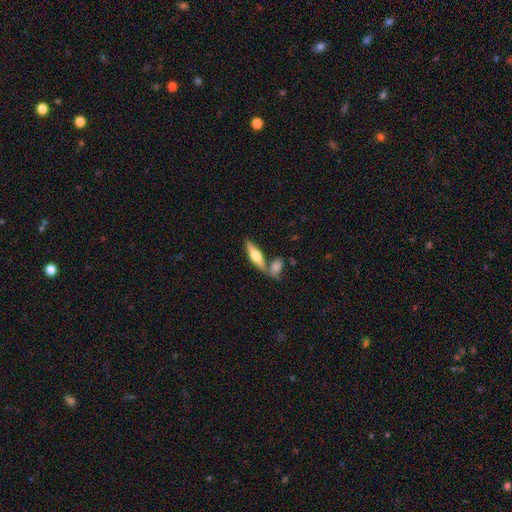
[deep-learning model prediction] Smooth or featured? featured or disk (48%)
Merging? none (62%)